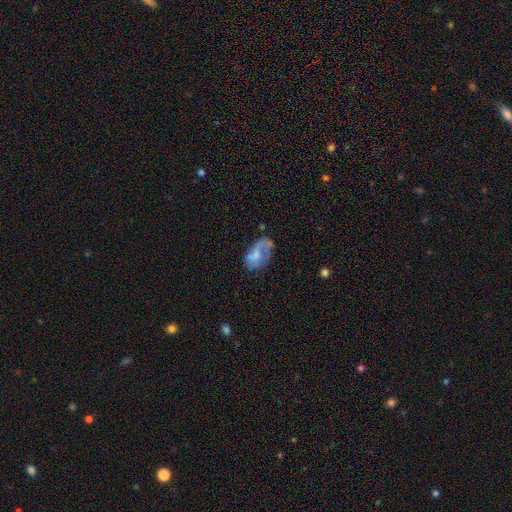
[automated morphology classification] Smooth or featured? Predicted: featured or disk (p=0.49). Merging? Predicted: none (p=0.37).